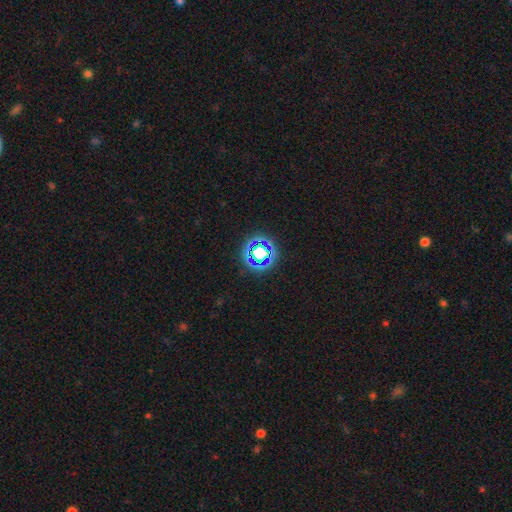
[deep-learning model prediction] A star or artifact, not a galaxy (56%).

Vote fractions:
- Smooth or featured? star or artifact: 56% / smooth: 30% / featured or disk: 14%